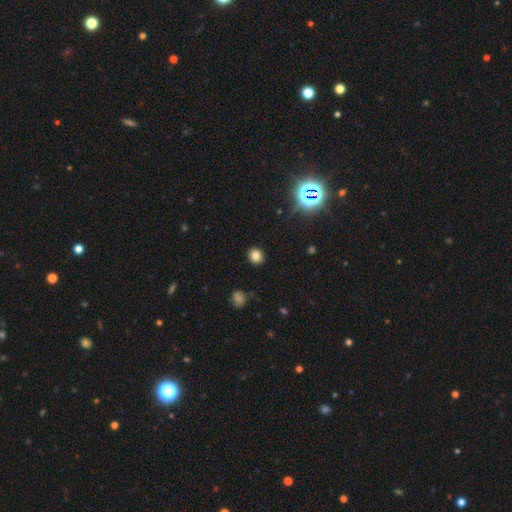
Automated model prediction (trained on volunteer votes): This appears to be a smooth galaxy with no disk features (79%) that is round (75%). Merging: none (91%).